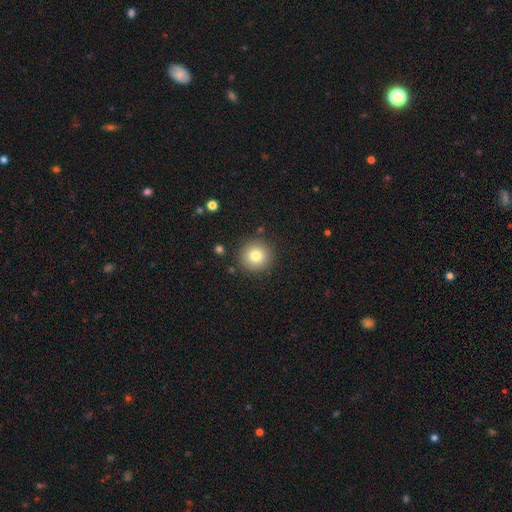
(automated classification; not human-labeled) smooth 80%, star or artifact 10%, featured or disk 9%. Down the decision tree: how rounded — round (94%); merging — none (89%).